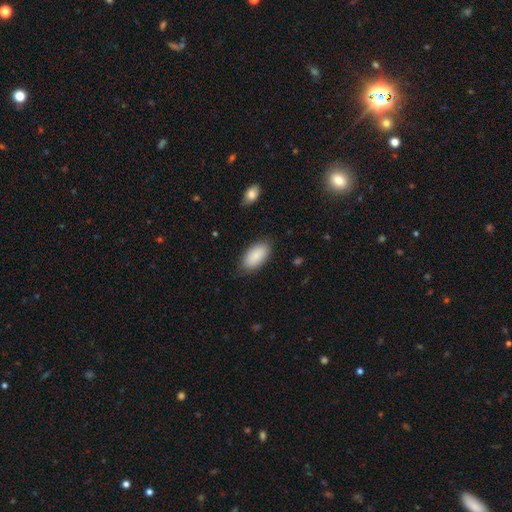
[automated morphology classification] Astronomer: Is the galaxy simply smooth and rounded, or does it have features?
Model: smooth — 87%.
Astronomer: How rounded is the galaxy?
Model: in between — 94%.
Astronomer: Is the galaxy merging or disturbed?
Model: none — 82%.